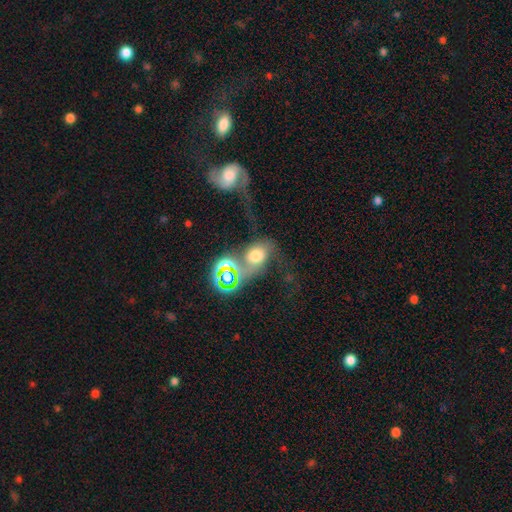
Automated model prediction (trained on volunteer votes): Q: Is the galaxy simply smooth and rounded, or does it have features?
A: smooth — 48%.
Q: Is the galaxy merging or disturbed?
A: merger — 36%.